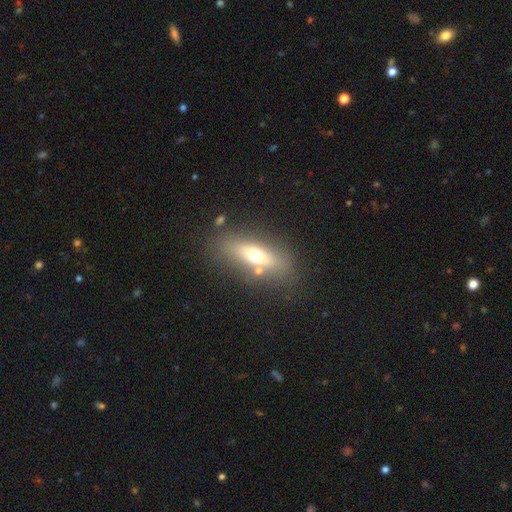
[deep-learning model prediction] smooth 56%, featured or disk 35%, star or artifact 10%. Down the decision tree: how rounded — in between (58%); merging — none (74%).